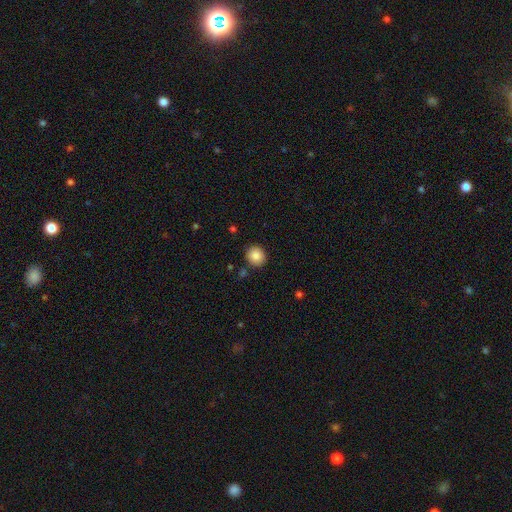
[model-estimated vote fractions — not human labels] This appears to be a smooth galaxy with no disk features (87%) that is round (88%). Merging: none (89%).